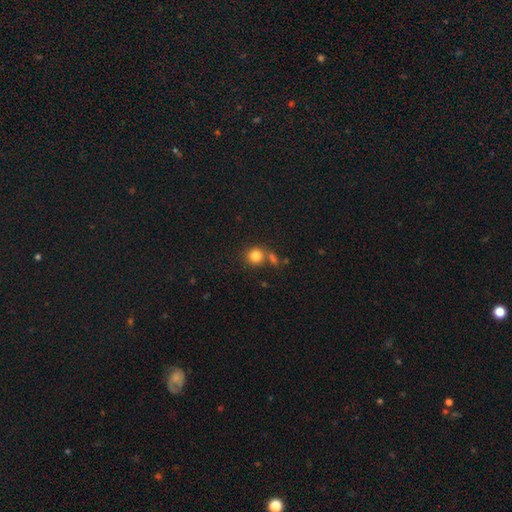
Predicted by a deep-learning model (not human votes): Smooth or featured: smooth — 83% (star or artifact — 11%)
How rounded: round — 88% (in between — 11%)
Merging: none — 65% (merger — 21%)